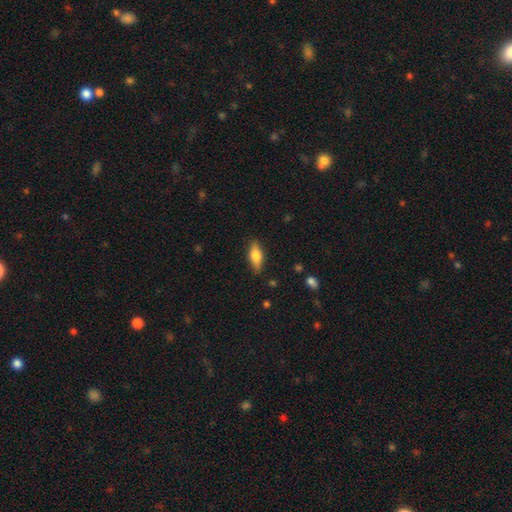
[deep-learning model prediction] A smooth galaxy with no disk features (70%) that is in between round and cigar-shaped (72%). Merging: none (85%).